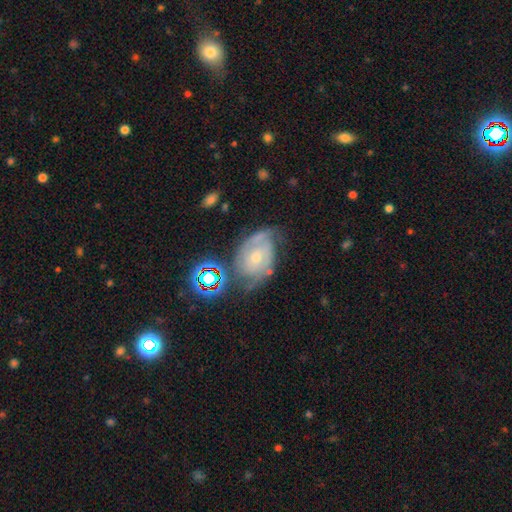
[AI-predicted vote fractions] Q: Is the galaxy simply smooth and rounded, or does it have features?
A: featured or disk — 75%.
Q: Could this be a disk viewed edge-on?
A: no — 96%.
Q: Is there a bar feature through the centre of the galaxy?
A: no — 68%.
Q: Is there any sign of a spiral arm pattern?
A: yes — 89%.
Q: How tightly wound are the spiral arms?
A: tight — 52%.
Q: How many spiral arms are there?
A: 2 — 49%.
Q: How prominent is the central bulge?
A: small — 53%.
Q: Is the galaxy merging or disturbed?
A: none — 53%.